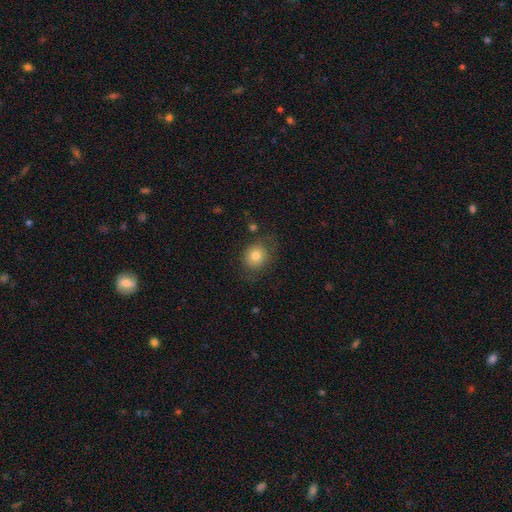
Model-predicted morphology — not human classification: Smooth or featured: smooth — 78% (featured or disk — 12%)
How rounded: round — 69% (in between — 30%)
Merging: none — 70% (minor disturbance — 19%)